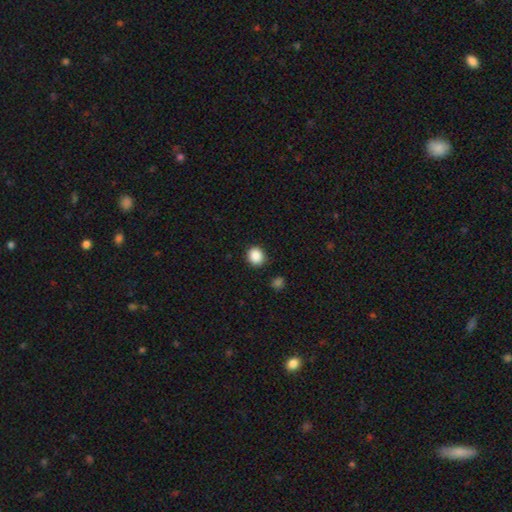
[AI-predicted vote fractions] Morphology: type=smooth (88%); roundness=round (80%); merging=none (88%).